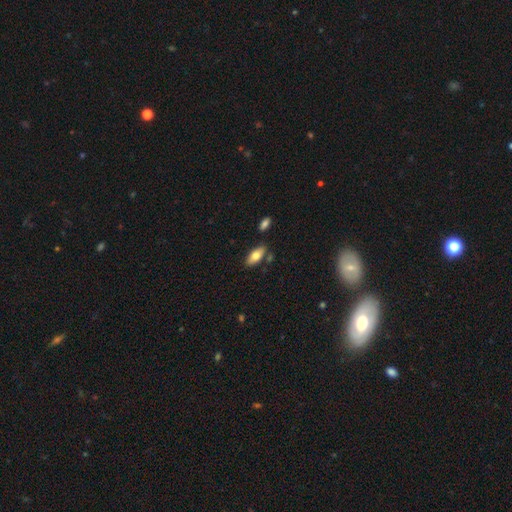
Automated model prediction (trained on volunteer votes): smooth_or_featured: smooth (p=0.75) [alt: featured or disk p=0.18]
how_rounded: in between (p=0.87) [alt: cigar-shaped p=0.11]
merging: none (p=0.79) [alt: minor disturbance p=0.12]